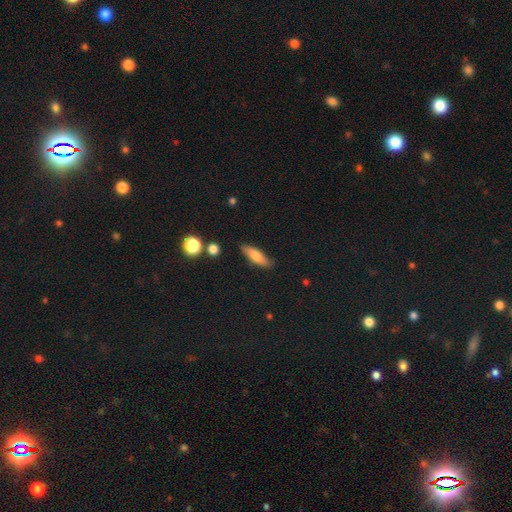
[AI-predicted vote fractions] smooth_or_featured: smooth (p=0.71) [alt: featured or disk p=0.22]
how_rounded: in between (p=0.51) [alt: cigar-shaped p=0.46]
merging: none (p=0.81) [alt: minor disturbance p=0.14]